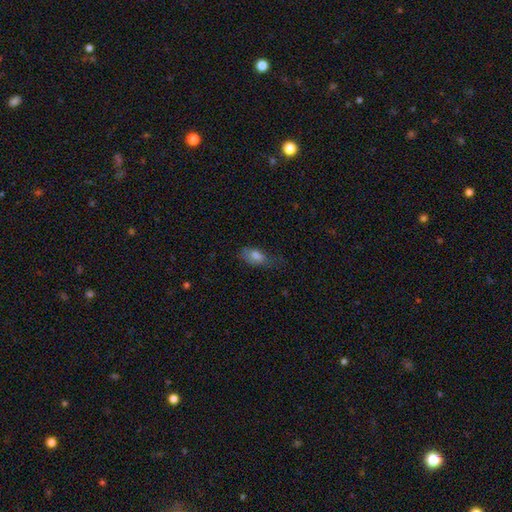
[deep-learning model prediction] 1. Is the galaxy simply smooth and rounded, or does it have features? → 76% smooth, 15% featured or disk, 9% star or artifact.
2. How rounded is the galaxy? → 84% in between, 11% cigar-shaped, 5% round.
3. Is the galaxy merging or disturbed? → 48% none, 32% minor disturbance, 18% major disturbance, 2% merger.